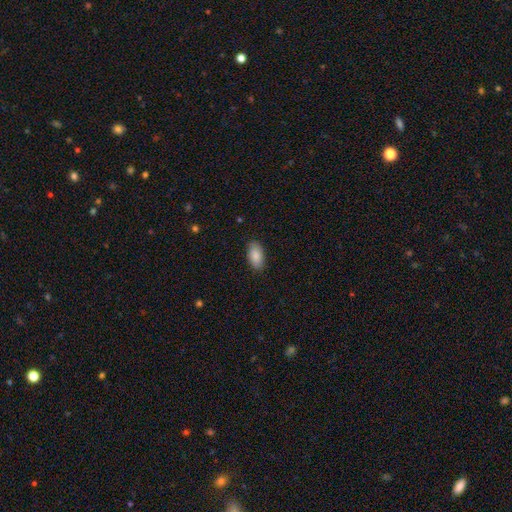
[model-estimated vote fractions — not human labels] smooth-or-featured: smooth: 88% | star or artifact: 6% | featured or disk: 6%
  how-rounded: in between: 94% | cigar-shaped: 3% | round: 3%
  merging: none: 88% | minor disturbance: 9% | major disturbance: 2% | merger: 1%